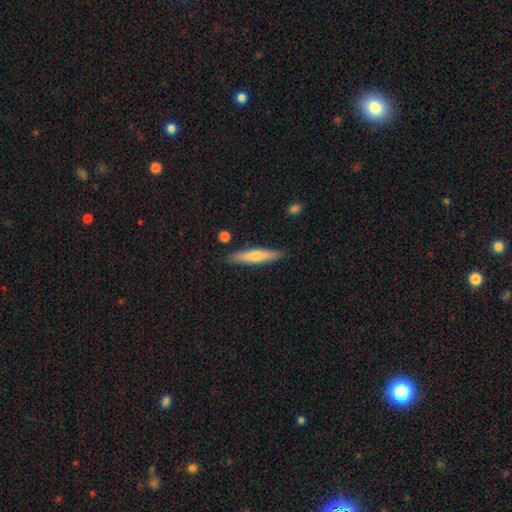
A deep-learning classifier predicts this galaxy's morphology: Smooth or featured: smooth — 52% (featured or disk — 41%)
How rounded: cigar-shaped — 90% (in between — 9%)
Merging: none — 88% (minor disturbance — 9%)